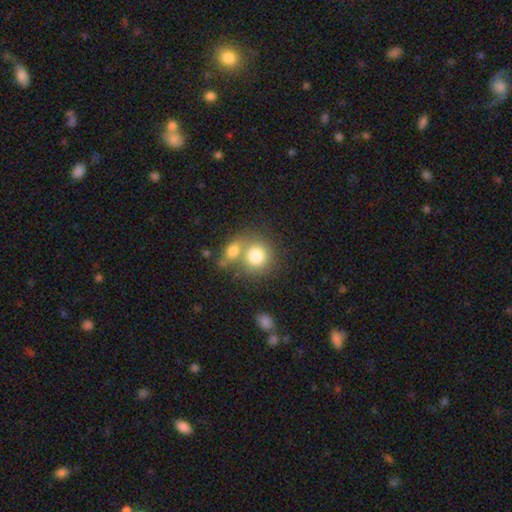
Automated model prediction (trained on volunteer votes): This is likely a smooth galaxy (78%). How rounded: clearly round (84%). Merging: marginally merger (45%).